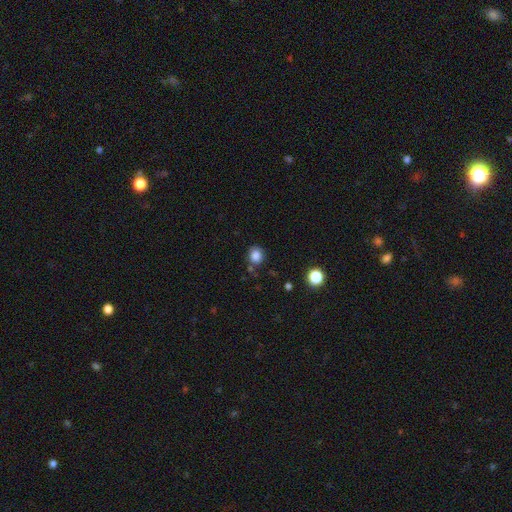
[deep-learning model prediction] This is clearly a smooth galaxy (84%). How rounded: likely round (77%). Merging: likely none (79%).